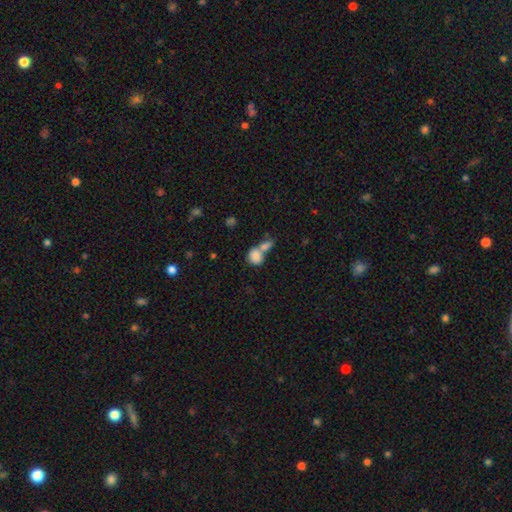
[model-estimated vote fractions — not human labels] Overall: smooth (84%). How rounded: round (61%; in between 37%). Merging: merger (62%; none 26%).